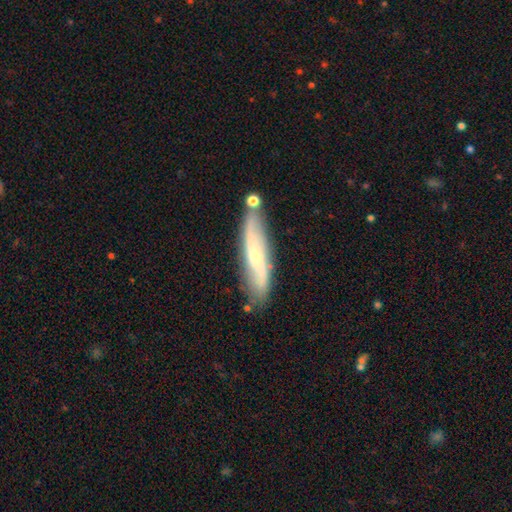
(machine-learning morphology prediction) Q: Smooth or featured?
A: featured or disk (61%); runner-up: smooth (32%)
Q: Edge-on disk?
A: no (57%); runner-up: yes (43%)
Q: Merging?
A: none (71%); runner-up: minor disturbance (17%)